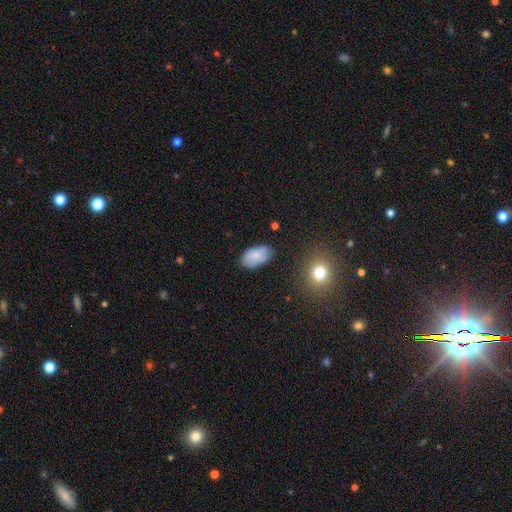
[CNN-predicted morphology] Smooth or featured?
  - smooth: 76% *
  - featured or disk: 15%
  - star or artifact: 8%
How rounded?
  - in between: 94% *
  - round: 5%
  - cigar-shaped: 2%
Merging?
  - none: 70% *
  - minor disturbance: 22%
  - major disturbance: 5%
  - merger: 3%